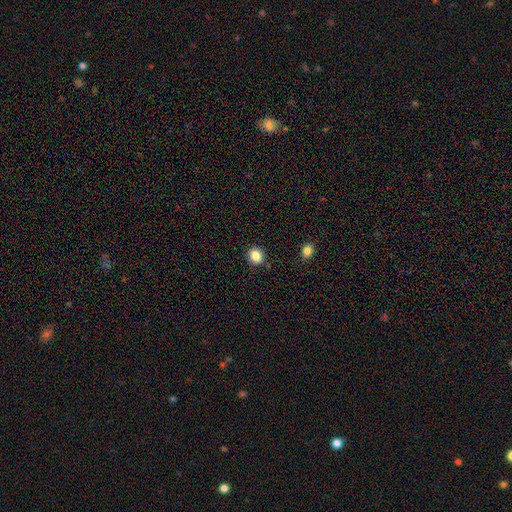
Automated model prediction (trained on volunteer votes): Smooth or featured? Predicted: smooth (p=0.86). How rounded? Predicted: round (p=0.82). Merging? Predicted: none (p=0.87).